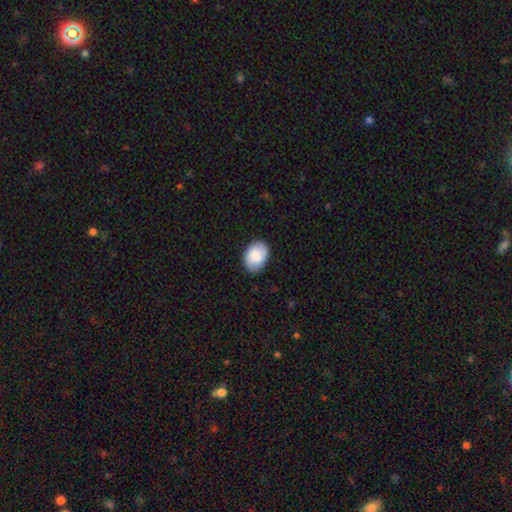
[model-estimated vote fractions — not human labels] This appears to be a smooth galaxy with no disk features (85%) that is in between round and cigar-shaped (78%). Merging: none (81%).